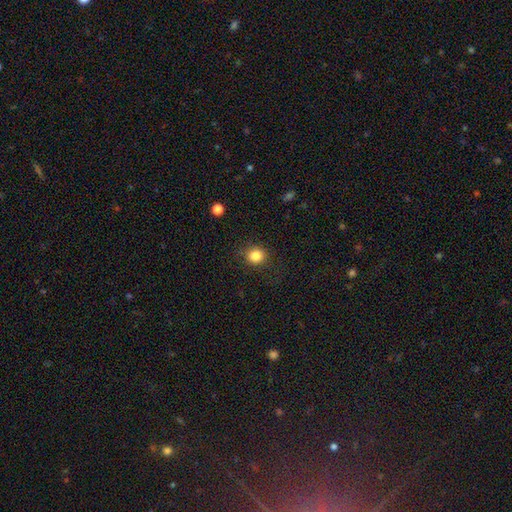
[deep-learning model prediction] smooth_or_featured: smooth (p=0.84) [alt: star or artifact p=0.11]
how_rounded: round (p=0.86) [alt: in between p=0.13]
merging: none (p=0.87) [alt: minor disturbance p=0.09]